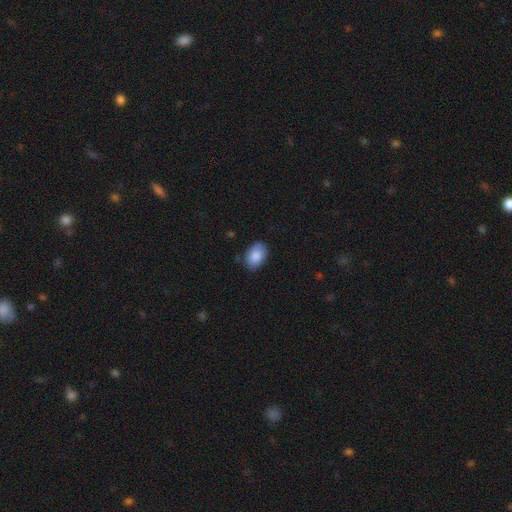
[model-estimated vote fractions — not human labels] smooth-or-featured: smooth: 86% | featured or disk: 8% | star or artifact: 6%
  how-rounded: in between: 86% | round: 13% | cigar-shaped: 1%
  merging: none: 79% | minor disturbance: 17% | major disturbance: 3% | merger: 1%